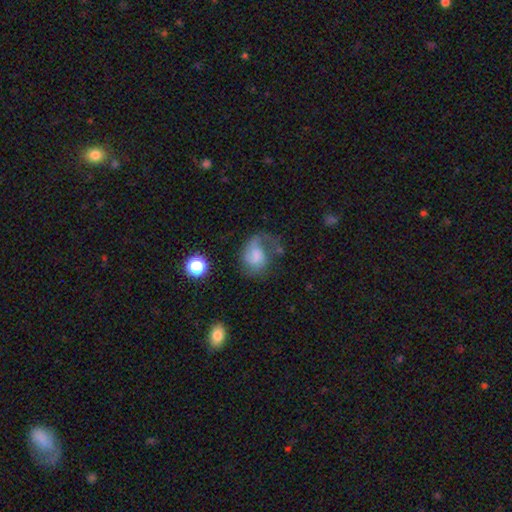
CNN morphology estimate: Overall: featured or disk (47%; smooth 42%). Merging: major disturbance (40%; none 31%).